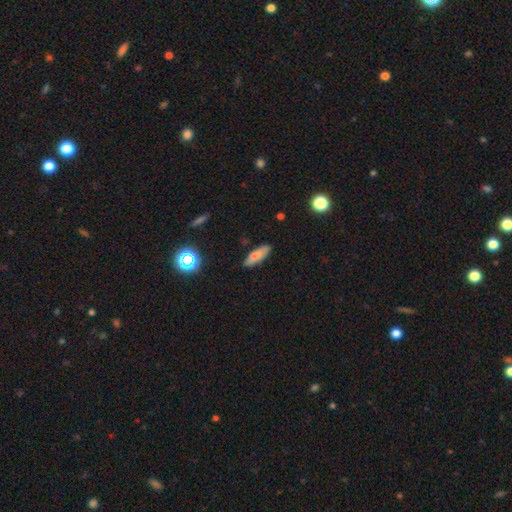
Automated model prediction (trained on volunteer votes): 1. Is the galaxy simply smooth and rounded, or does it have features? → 67% smooth, 24% featured or disk, 10% star or artifact.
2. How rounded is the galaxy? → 54% in between, 43% cigar-shaped, 3% round.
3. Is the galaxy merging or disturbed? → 79% none, 16% minor disturbance, 3% major disturbance, 2% merger.